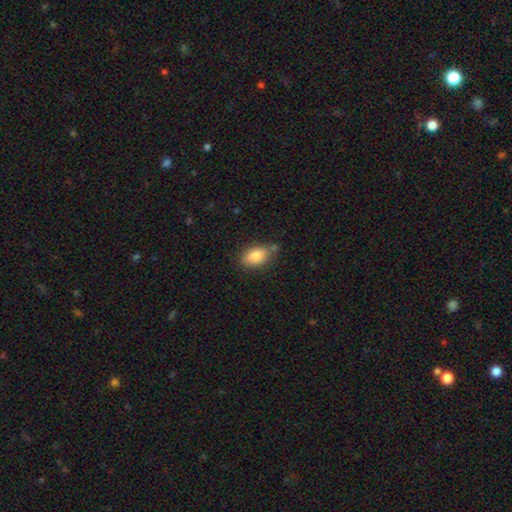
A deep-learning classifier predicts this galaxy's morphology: This is clearly a smooth galaxy (85%). How rounded: clearly in between (90%). Merging: likely none (72%).